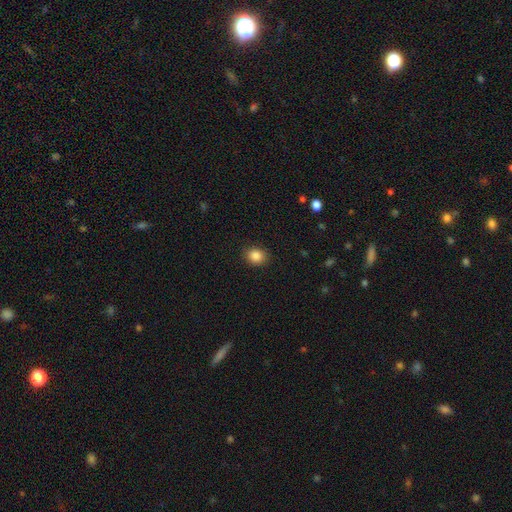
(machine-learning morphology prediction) smooth 86%, star or artifact 10%, featured or disk 4%. Down the decision tree: how rounded — round (64%); merging — none (88%).